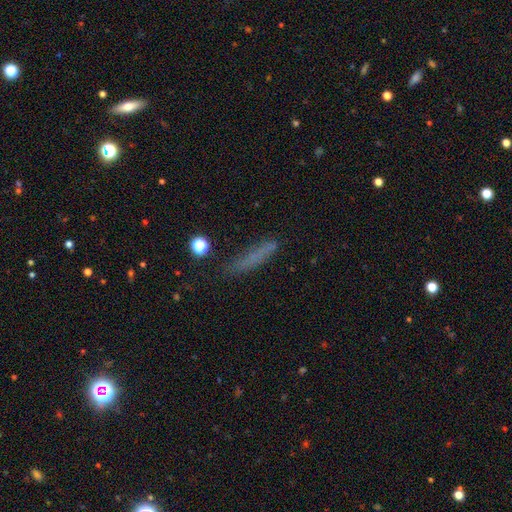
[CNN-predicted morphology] type=smooth (65%); roundness=cigar-shaped (87%); merging=none (72%).